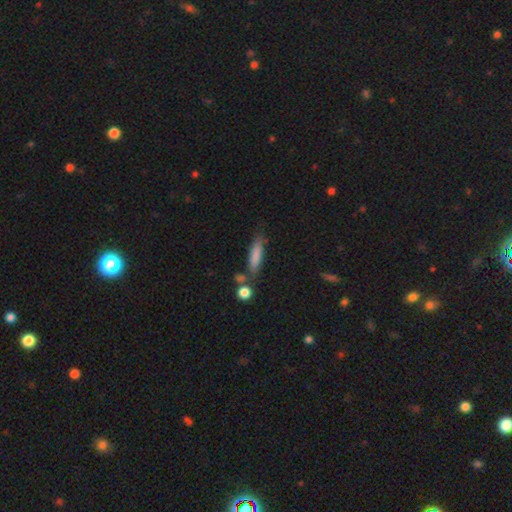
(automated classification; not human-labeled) This appears to be a smooth galaxy with no disk features (79%) that is cigar-shaped (71%). Merging: none (68%).